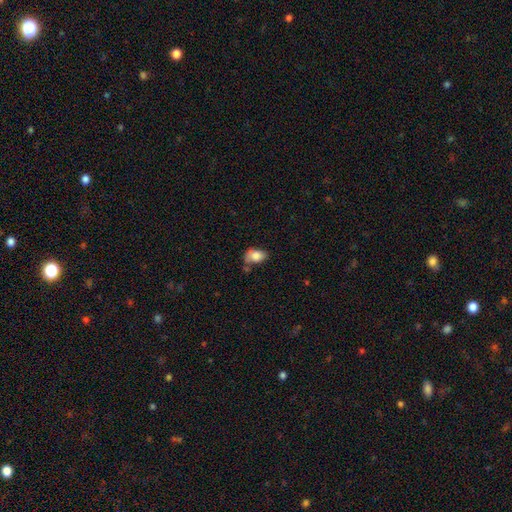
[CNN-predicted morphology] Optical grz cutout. It shows a smooth galaxy with no disk features (81%) that is in between round and cigar-shaped (85%). Merging: none (45%).